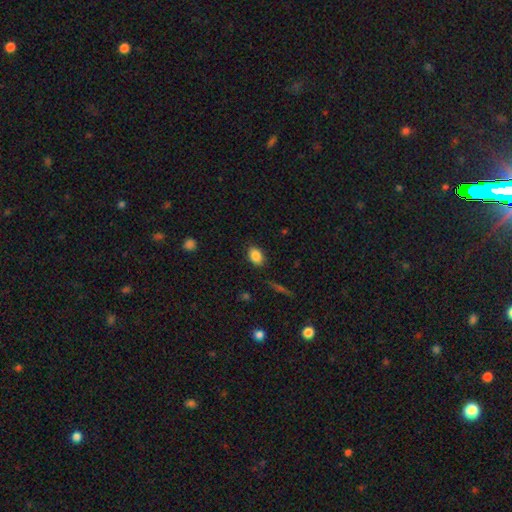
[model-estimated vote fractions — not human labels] Smooth or featured: smooth — 86% (star or artifact — 9%)
How rounded: in between — 83% (round — 16%)
Merging: none — 86% (minor disturbance — 10%)